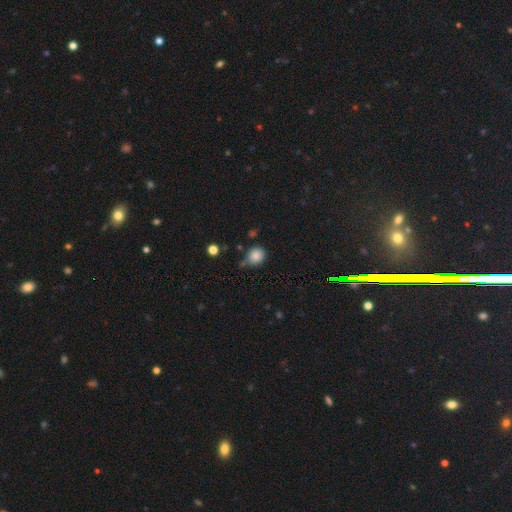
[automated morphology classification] Smooth or featured?
  - smooth: 85% *
  - star or artifact: 11%
  - featured or disk: 5%
How rounded?
  - round: 83% *
  - in between: 16%
  - cigar-shaped: 1%
Merging?
  - none: 67% *
  - minor disturbance: 20%
  - merger: 7%
  - major disturbance: 5%